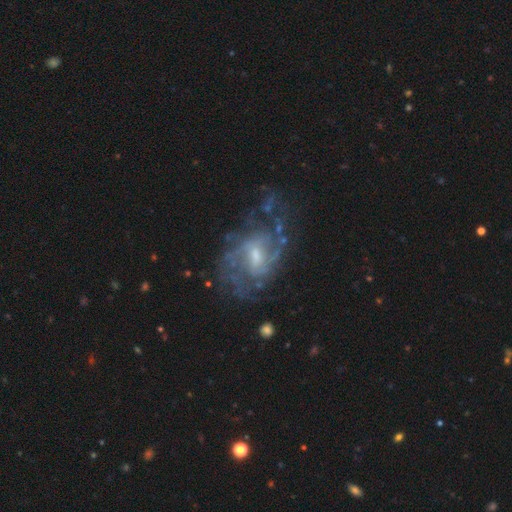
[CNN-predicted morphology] This is clearly a featured or disk galaxy (83%). It is clearly not viewed edge-on (97%). Bar: possibly weak (54%). Spiral arm pattern: clearly yes (87%). Spiral arm count: marginally can't tell (40%). Spiral winding: marginally medium (44%). Central bulge: possibly moderate (46%). Merging: possibly none (59%).